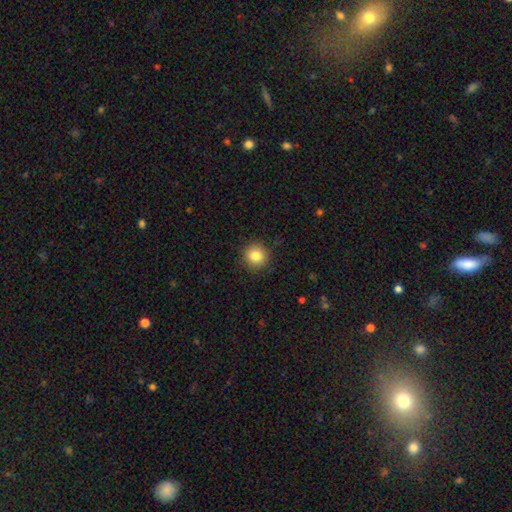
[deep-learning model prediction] Q: Smooth or featured?
A: smooth (83%); runner-up: star or artifact (11%)
Q: How rounded?
A: round (92%); runner-up: in between (7%)
Q: Merging?
A: none (89%); runner-up: minor disturbance (8%)